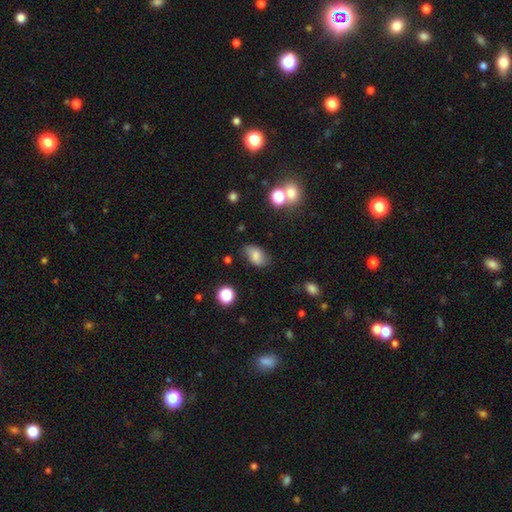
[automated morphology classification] Smooth or featured? Predicted: smooth (p=0.77). How rounded? Predicted: in between (p=0.89). Merging? Predicted: none (p=0.70).